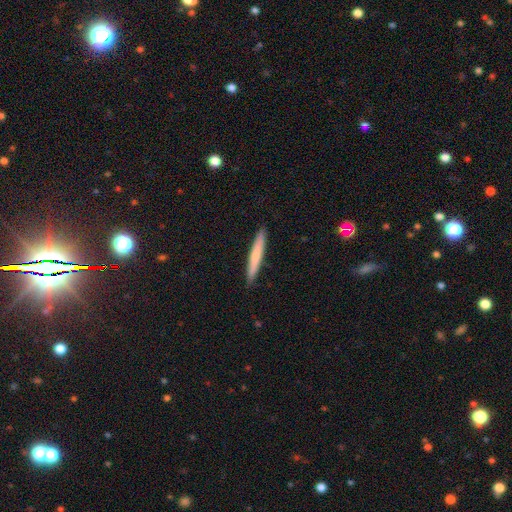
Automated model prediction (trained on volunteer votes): A smooth galaxy with no disk features (67%) that is cigar-shaped (96%).

Vote fractions:
- Smooth or featured? smooth: 67% / featured or disk: 28% / star or artifact: 5%
- How rounded? cigar-shaped: 96% / in between: 3% / round: 1%
- Merging? none: 92% / minor disturbance: 6% / major disturbance: 1% / merger: 1%